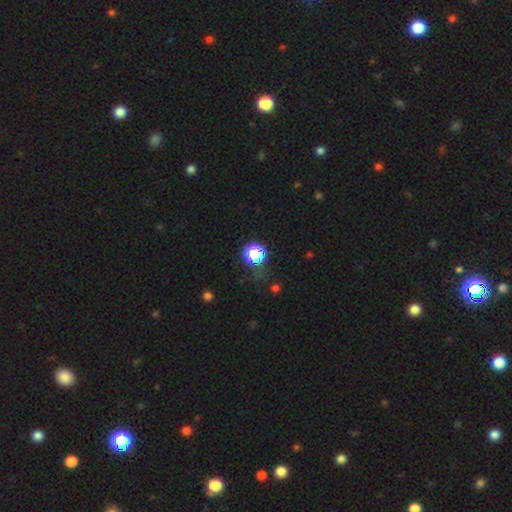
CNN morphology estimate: Overall: star or artifact (59%; smooth 33%).